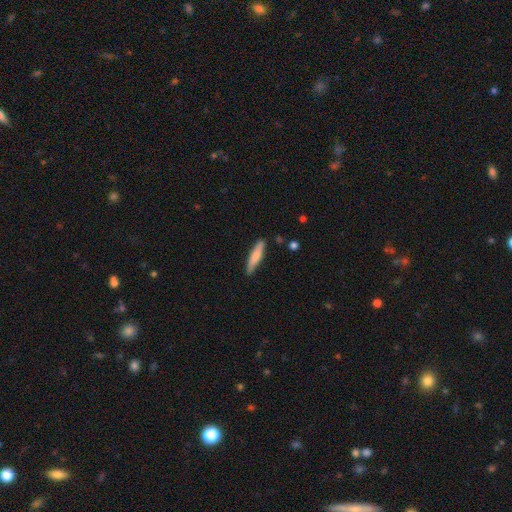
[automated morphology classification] type=smooth (72%); roundness=cigar-shaped (86%); merging=none (87%).